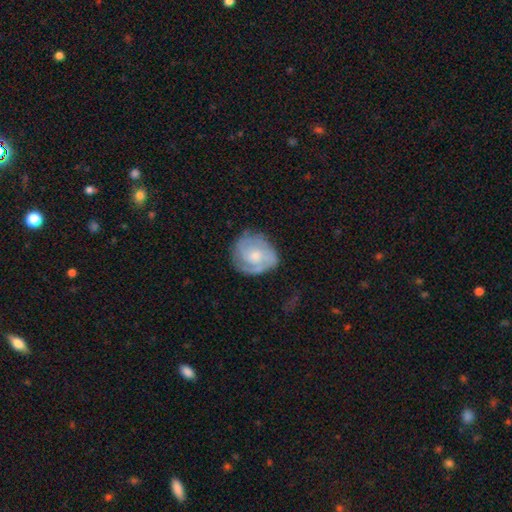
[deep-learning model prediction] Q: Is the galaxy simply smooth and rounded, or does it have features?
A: featured or disk — 68%.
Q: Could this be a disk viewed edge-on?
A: no — 98%.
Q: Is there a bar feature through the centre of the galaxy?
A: no — 73%.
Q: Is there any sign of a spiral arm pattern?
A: yes — 88%.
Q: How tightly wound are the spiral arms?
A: tight — 56%.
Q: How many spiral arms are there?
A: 2 — 39%.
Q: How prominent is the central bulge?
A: moderate — 49%.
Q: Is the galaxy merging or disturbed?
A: none — 68%.